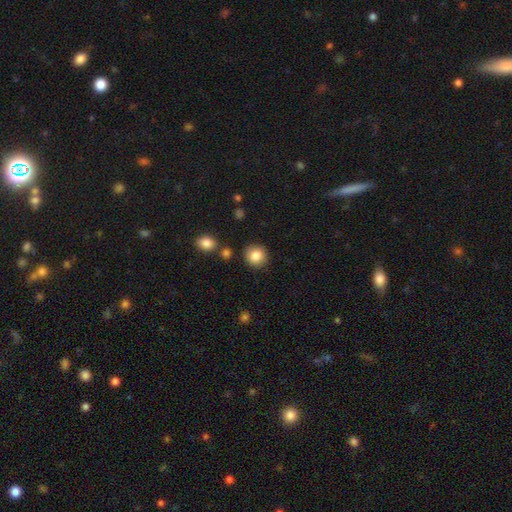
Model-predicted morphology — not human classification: The model was most divided on "smooth or featured": smooth: 85%, star or artifact: 9%, featured or disk: 6%. More confident: how rounded — round (88%); merging — none (87%).